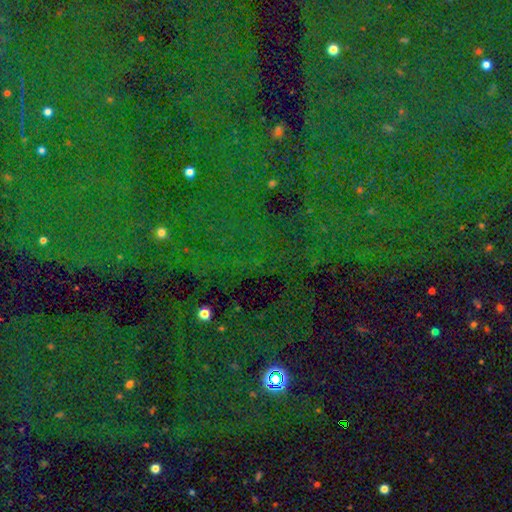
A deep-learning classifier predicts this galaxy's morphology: This appears to be a star or artifact, not a galaxy (82%).